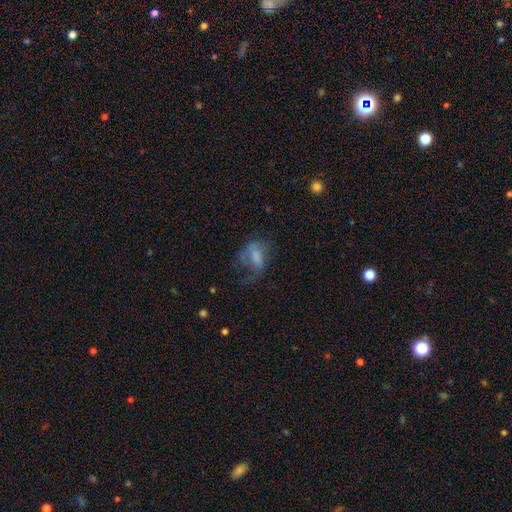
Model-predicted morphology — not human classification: Smooth or featured: smooth — 53% (featured or disk — 33%)
How rounded: in between — 82% (round — 11%)
Merging: major disturbance — 47% (none — 27%)